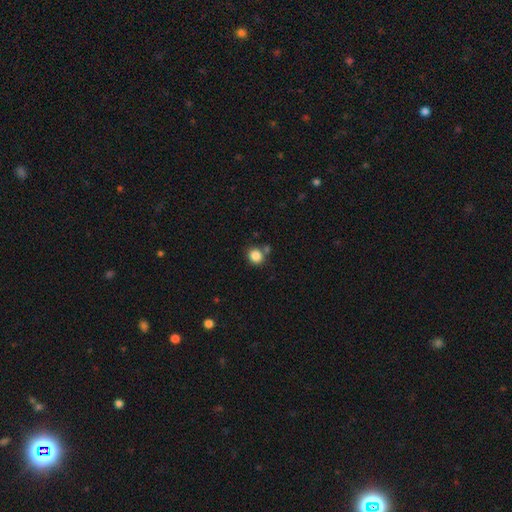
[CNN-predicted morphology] A smooth galaxy with no disk features (85%) that is round (82%). Merging: none (72%).